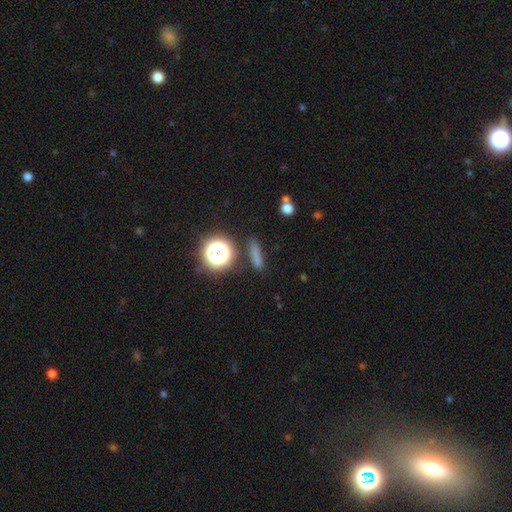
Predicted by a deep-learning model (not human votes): smooth_or_featured: smooth (p=0.67) [alt: star or artifact p=0.23]
how_rounded: cigar-shaped (p=0.66) [alt: in between p=0.19]
merging: none (p=0.80) [alt: minor disturbance p=0.11]